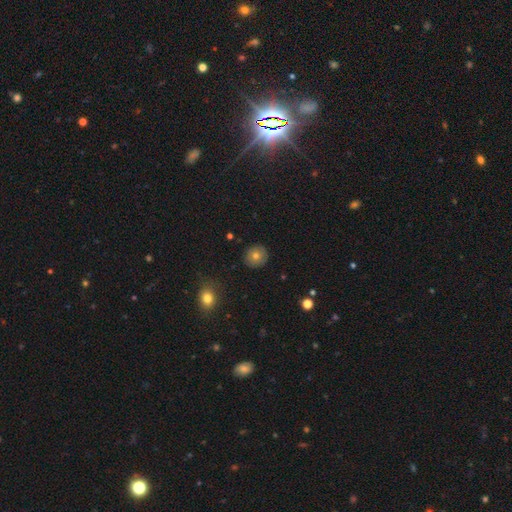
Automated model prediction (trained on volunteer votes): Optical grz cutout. It shows a smooth galaxy with no disk features (73%) that is round (92%). Merging: none (89%).